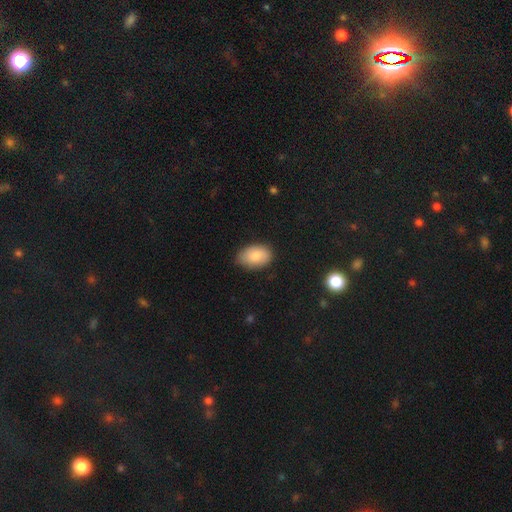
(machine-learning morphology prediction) This appears to be a smooth galaxy with no disk features (84%) that is in between round and cigar-shaped (89%). Merging: none (78%).